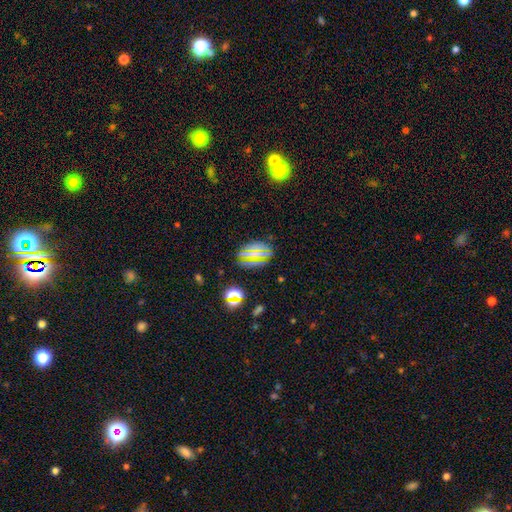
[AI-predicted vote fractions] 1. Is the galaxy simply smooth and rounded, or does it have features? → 54% smooth, 29% star or artifact, 17% featured or disk.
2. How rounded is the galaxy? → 67% in between, 21% round, 13% cigar-shaped.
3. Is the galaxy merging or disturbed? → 71% none, 16% minor disturbance, 7% major disturbance, 6% merger.